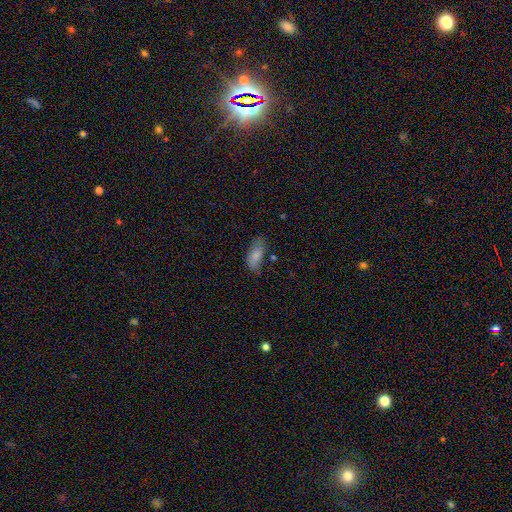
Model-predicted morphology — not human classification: Smooth or featured? smooth (78%)
How rounded? in between (84%)
Merging? none (63%)